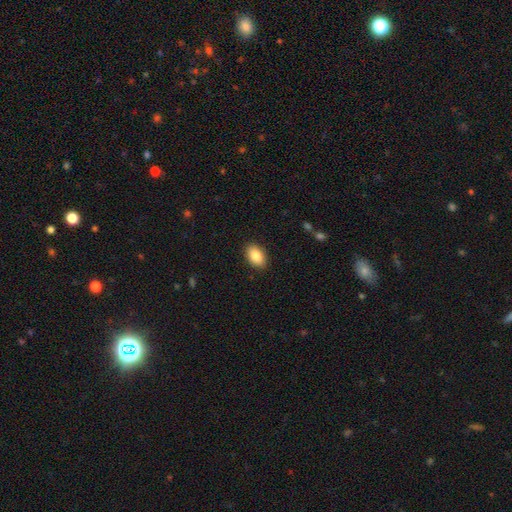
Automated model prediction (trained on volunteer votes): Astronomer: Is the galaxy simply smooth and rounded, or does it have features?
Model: smooth — 88%.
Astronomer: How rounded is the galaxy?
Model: in between — 91%.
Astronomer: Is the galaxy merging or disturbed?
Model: none — 89%.